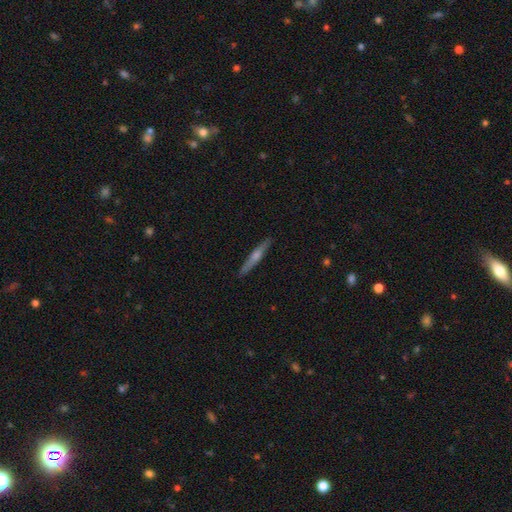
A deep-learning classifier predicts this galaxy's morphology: Q: Smooth or featured?
A: featured or disk (64%); runner-up: smooth (30%)
Q: Edge-on disk?
A: yes (97%); runner-up: no (3%)
Q: Edge-on bulge?
A: rounded (81%); runner-up: none (13%)
Q: Merging?
A: none (90%); runner-up: minor disturbance (7%)